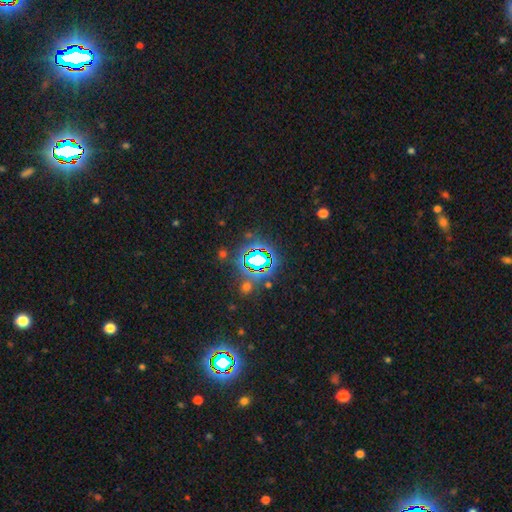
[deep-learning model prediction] Overall: star or artifact (75%).